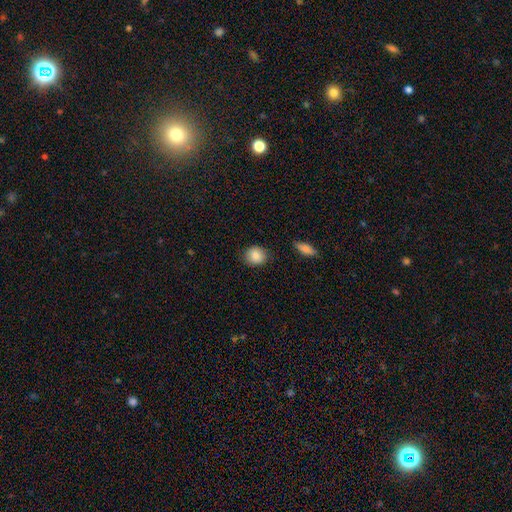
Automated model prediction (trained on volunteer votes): This appears to be a smooth galaxy with no disk features (86%) that is round (78%). Merging: none (84%).